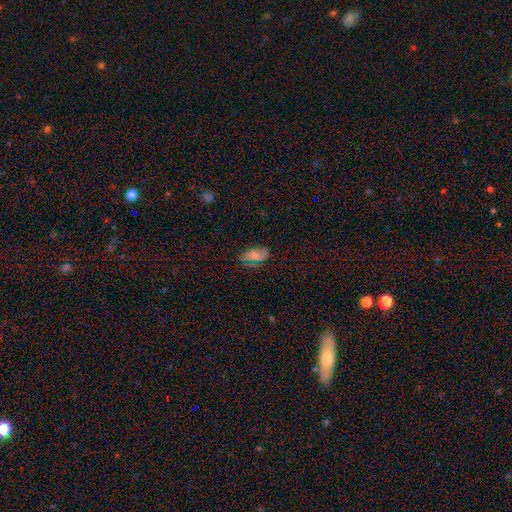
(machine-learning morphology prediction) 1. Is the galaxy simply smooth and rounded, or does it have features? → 58% smooth, 25% featured or disk, 17% star or artifact.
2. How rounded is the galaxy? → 91% in between, 7% round, 3% cigar-shaped.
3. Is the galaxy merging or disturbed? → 67% none, 22% minor disturbance, 8% major disturbance, 2% merger.